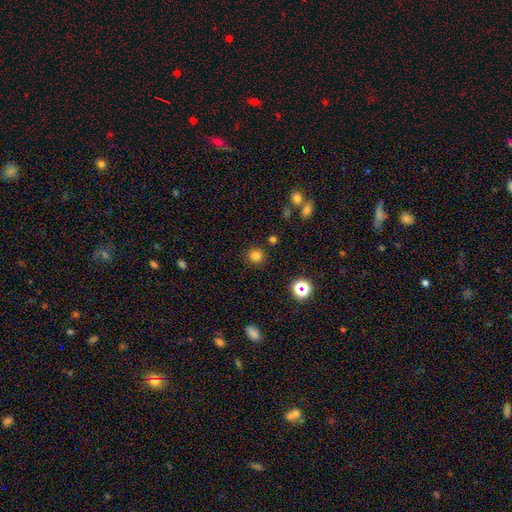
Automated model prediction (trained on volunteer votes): Q: Smooth or featured?
A: smooth (79%); runner-up: star or artifact (17%)
Q: How rounded?
A: round (93%); runner-up: in between (7%)
Q: Merging?
A: none (88%); runner-up: minor disturbance (6%)